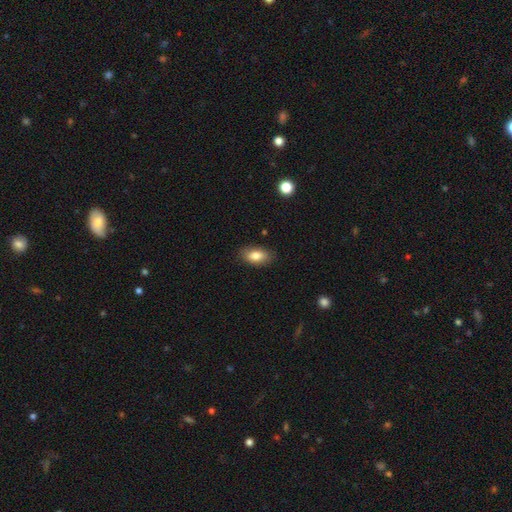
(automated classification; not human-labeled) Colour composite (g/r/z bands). It shows a smooth galaxy with no disk features (82%) that is in between round and cigar-shaped (90%). Merging: none (86%).